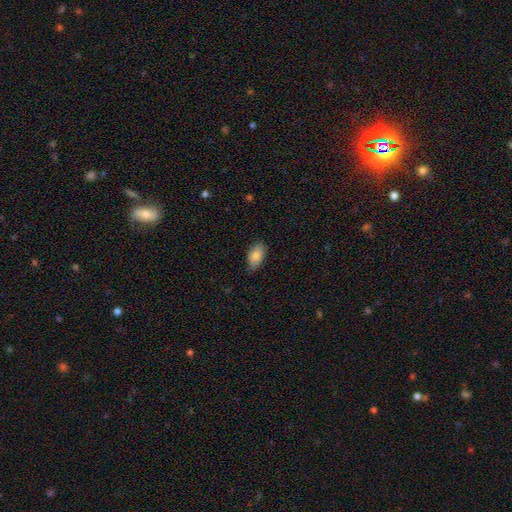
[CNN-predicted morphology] smooth-or-featured: smooth: 84% | featured or disk: 9% | star or artifact: 7%
  how-rounded: in between: 93% | round: 4% | cigar-shaped: 2%
  merging: none: 80% | minor disturbance: 17% | major disturbance: 3% | merger: 1%